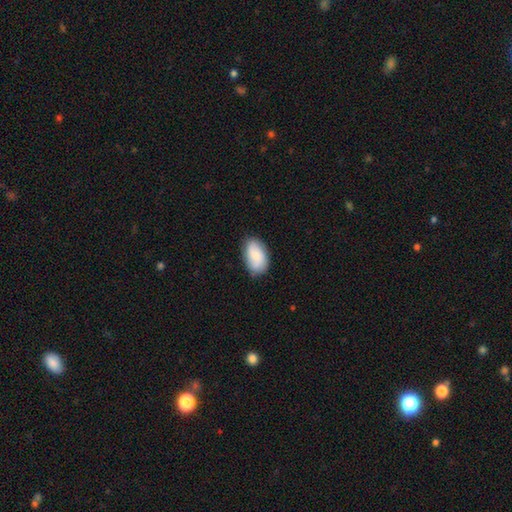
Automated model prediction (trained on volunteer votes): smooth_or_featured: smooth (p=0.76) [alt: featured or disk p=0.17]
how_rounded: in between (p=0.93) [alt: round p=0.06]
merging: none (p=0.79) [alt: minor disturbance p=0.17]